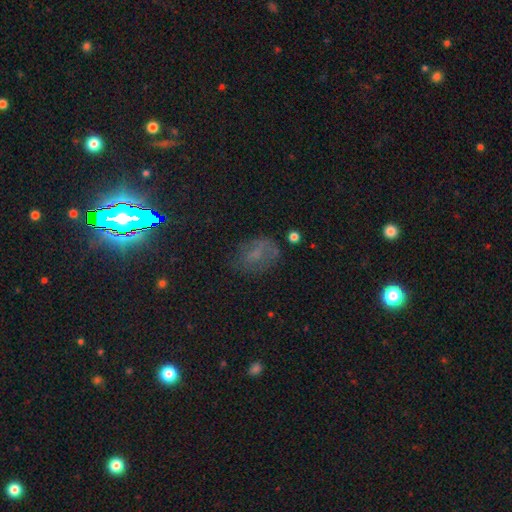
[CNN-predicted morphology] A smooth galaxy with no disk features (38%). Merging: none (61%).